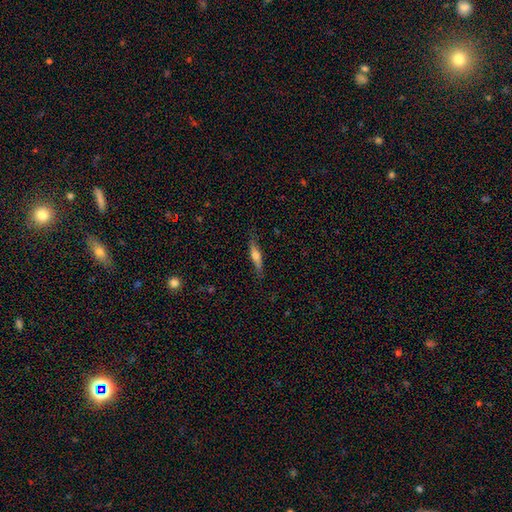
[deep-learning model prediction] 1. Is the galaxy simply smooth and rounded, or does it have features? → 54% smooth, 39% featured or disk, 6% star or artifact.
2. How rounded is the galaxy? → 79% cigar-shaped, 19% in between, 2% round.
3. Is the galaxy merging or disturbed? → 80% none, 15% minor disturbance, 3% major disturbance, 1% merger.